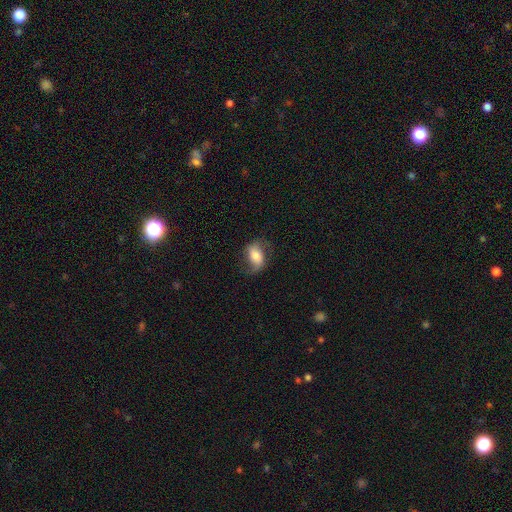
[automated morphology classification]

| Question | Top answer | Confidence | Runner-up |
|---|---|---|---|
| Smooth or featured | smooth | 50% | featured or disk (42%) |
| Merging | none | 65% | minor disturbance (21%) |